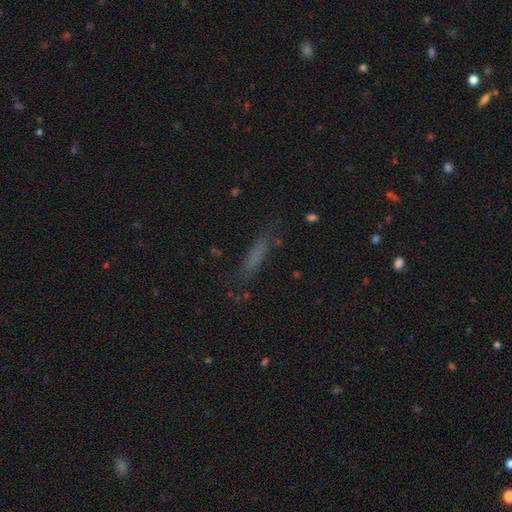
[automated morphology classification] A smooth galaxy with no disk features (61%) that is cigar-shaped (81%).

Vote fractions:
- Smooth or featured? smooth: 61% / featured or disk: 22% / star or artifact: 16%
- How rounded? cigar-shaped: 81% / in between: 16% / round: 2%
- Merging? none: 72% / minor disturbance: 18% / major disturbance: 8% / merger: 2%